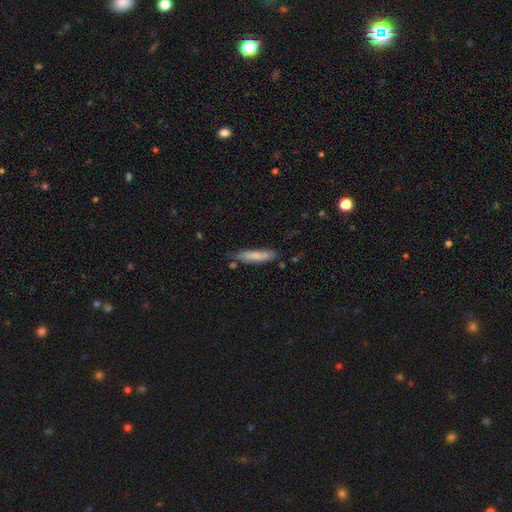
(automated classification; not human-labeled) Smooth or featured: smooth — 78% (featured or disk — 15%)
How rounded: cigar-shaped — 84% (in between — 14%)
Merging: none — 74% (minor disturbance — 18%)